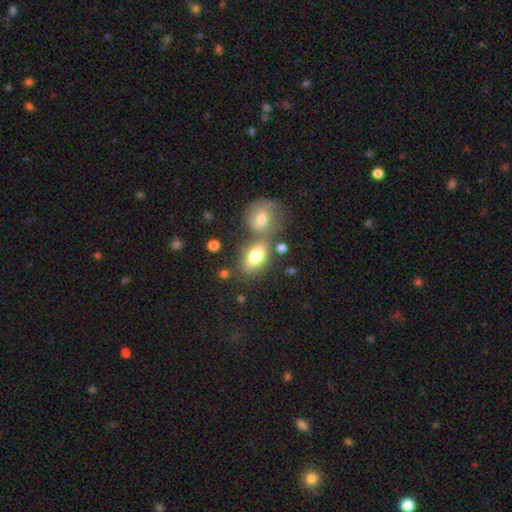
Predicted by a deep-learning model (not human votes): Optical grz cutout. It shows a smooth galaxy with no disk features (74%) that is in between round and cigar-shaped (84%). Merging: none (52%).